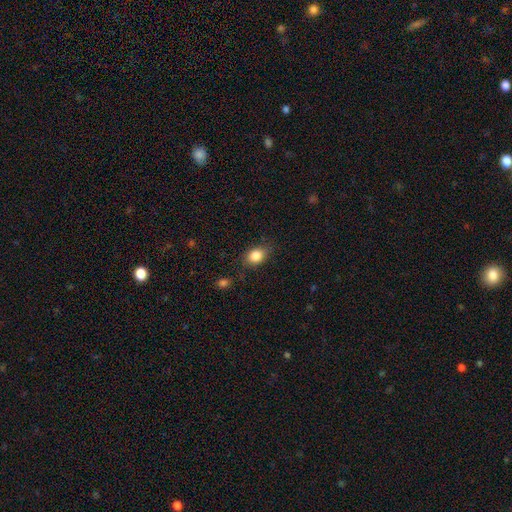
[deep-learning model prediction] The model was most divided on "how rounded": in between: 70%, round: 28%, cigar-shaped: 2%. More confident: smooth or featured — smooth (84%); merging — none (79%).